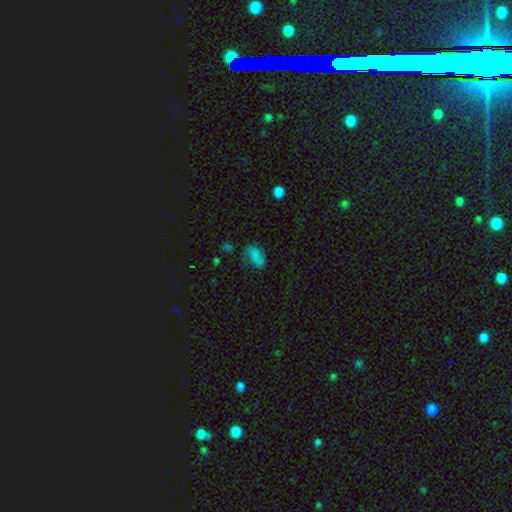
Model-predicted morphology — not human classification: Smooth or featured? Predicted: smooth (p=0.74). How rounded? Predicted: in between (p=0.89). Merging? Predicted: none (p=0.57).